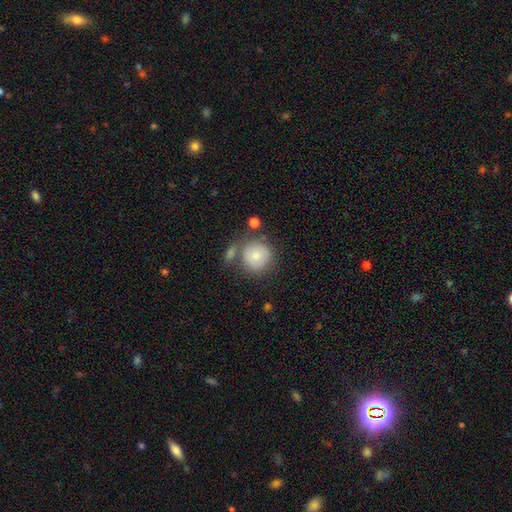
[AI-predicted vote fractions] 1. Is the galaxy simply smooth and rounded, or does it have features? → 80% smooth, 13% featured or disk, 7% star or artifact.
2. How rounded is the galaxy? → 90% round, 9% in between, 1% cigar-shaped.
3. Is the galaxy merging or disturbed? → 59% none, 18% merger, 16% minor disturbance, 7% major disturbance.